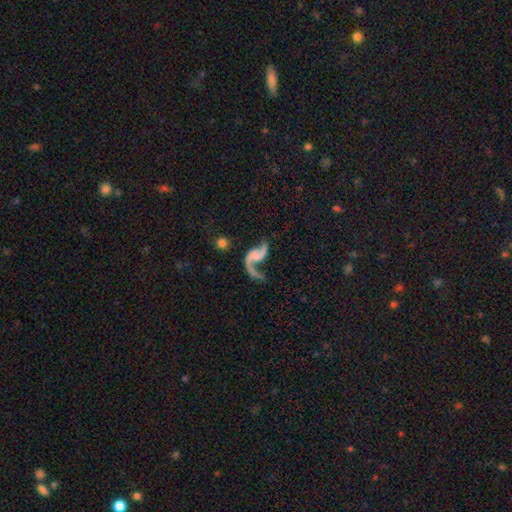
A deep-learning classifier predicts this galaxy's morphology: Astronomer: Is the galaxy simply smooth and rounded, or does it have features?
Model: featured or disk — 87%.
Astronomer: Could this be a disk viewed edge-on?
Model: no — 98%.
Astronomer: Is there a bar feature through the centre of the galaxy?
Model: no — 54% (runner-up: weak, 33%).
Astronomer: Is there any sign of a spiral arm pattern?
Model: yes — 95%.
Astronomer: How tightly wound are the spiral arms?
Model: loose — 85%.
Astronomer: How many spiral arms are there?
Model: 2 — 83%.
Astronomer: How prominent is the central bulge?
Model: none — 58%.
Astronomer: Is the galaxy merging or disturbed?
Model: none — 51% (runner-up: major disturbance, 27%).